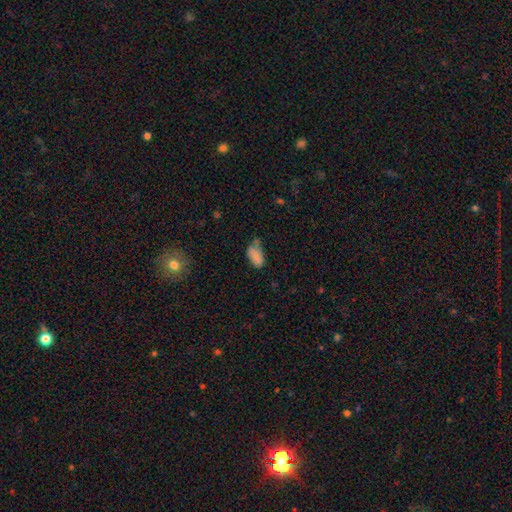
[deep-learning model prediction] A smooth galaxy with no disk features (80%) that is in between round and cigar-shaped (92%). Merging: none (41%).